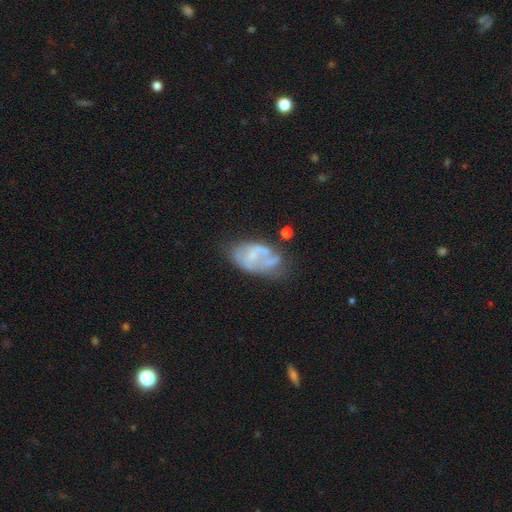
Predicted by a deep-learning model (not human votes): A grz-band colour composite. It shows a featured or disk galaxy (59%) with no bar (64%), no spiral arms (62%) and no central bulge (48%). Merging: none (37%).